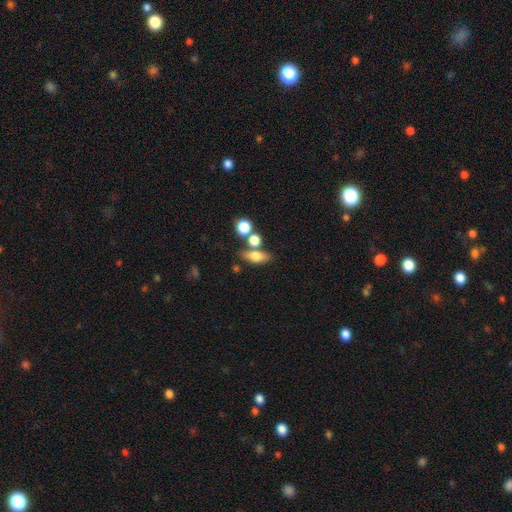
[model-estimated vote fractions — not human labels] smooth-or-featured: smooth: 64% | featured or disk: 25% | star or artifact: 11%
  how-rounded: in between: 63% | cigar-shaped: 20% | round: 17%
  merging: none: 61% | merger: 21% | minor disturbance: 13% | major disturbance: 5%